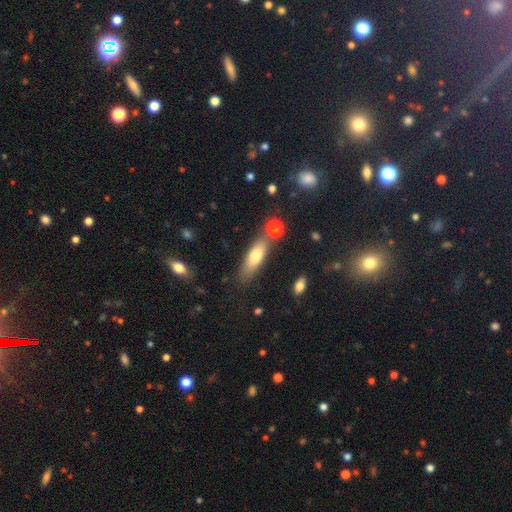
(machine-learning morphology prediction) smooth 70%, featured or disk 23%, star or artifact 8%. Down the decision tree: how rounded — cigar-shaped (51%); merging — none (69%).